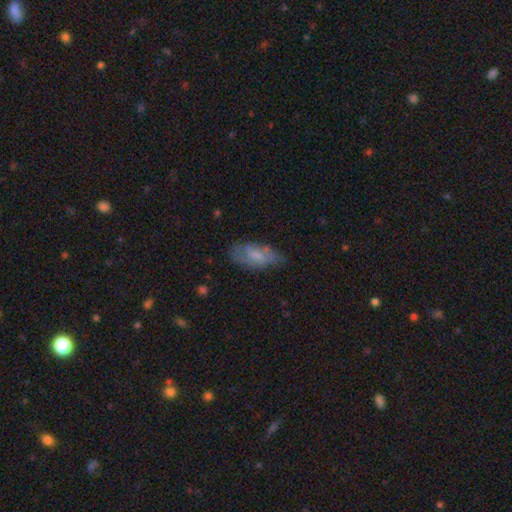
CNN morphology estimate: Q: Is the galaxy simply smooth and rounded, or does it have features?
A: smooth — 50%.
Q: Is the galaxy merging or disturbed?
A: none — 61%.